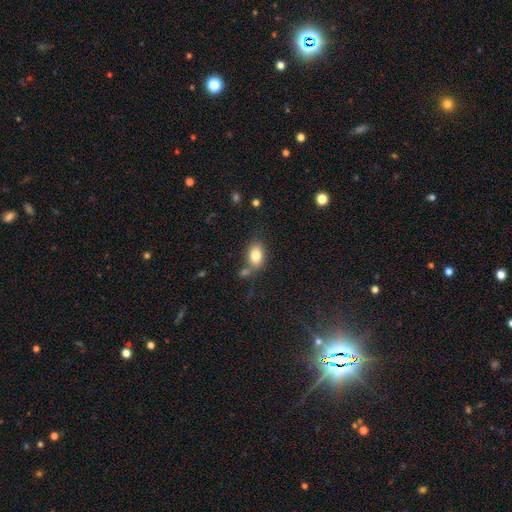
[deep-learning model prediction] smooth_or_featured: smooth (p=0.81) [alt: featured or disk p=0.10]
how_rounded: in between (p=0.77) [alt: round p=0.21]
merging: none (p=0.61) [alt: merger p=0.18]